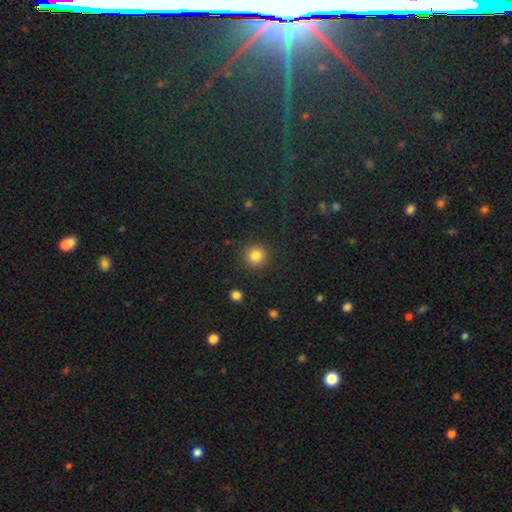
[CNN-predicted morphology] smooth_or_featured: smooth (p=0.83) [alt: star or artifact p=0.12]
how_rounded: round (p=0.94) [alt: in between p=0.05]
merging: none (p=0.91) [alt: minor disturbance p=0.06]